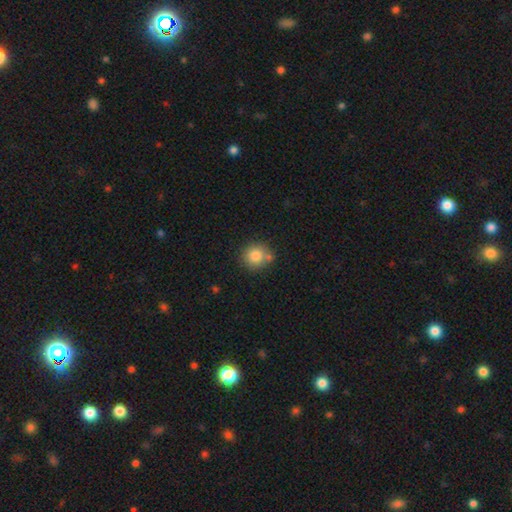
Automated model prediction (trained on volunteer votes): Morphology: type=smooth (82%); roundness=round (90%); merging=none (70%).